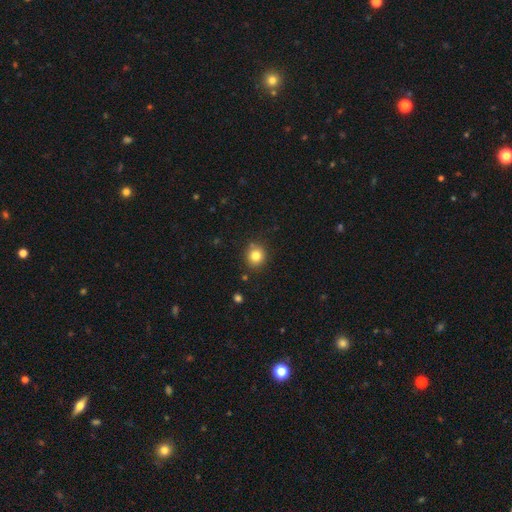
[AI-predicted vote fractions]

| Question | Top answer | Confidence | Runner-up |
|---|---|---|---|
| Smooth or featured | smooth | 81% | star or artifact (12%) |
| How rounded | round | 84% | in between (15%) |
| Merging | none | 85% | minor disturbance (10%) |